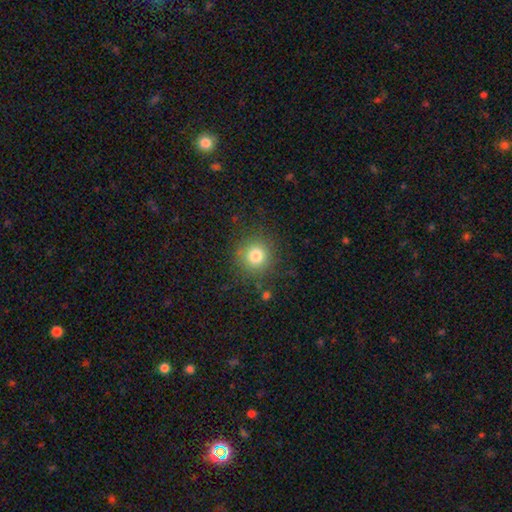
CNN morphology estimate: Smooth or featured?
  - smooth: 80% *
  - star or artifact: 13%
  - featured or disk: 8%
How rounded?
  - round: 93% *
  - in between: 6%
  - cigar-shaped: 1%
Merging?
  - none: 85% *
  - minor disturbance: 9%
  - major disturbance: 4%
  - merger: 2%